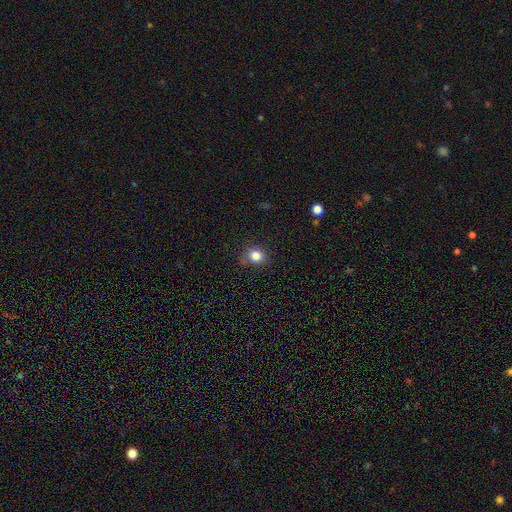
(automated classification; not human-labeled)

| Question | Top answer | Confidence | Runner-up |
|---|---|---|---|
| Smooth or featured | smooth | 83% | star or artifact (12%) |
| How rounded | round | 71% | in between (28%) |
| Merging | none | 77% | minor disturbance (16%) |